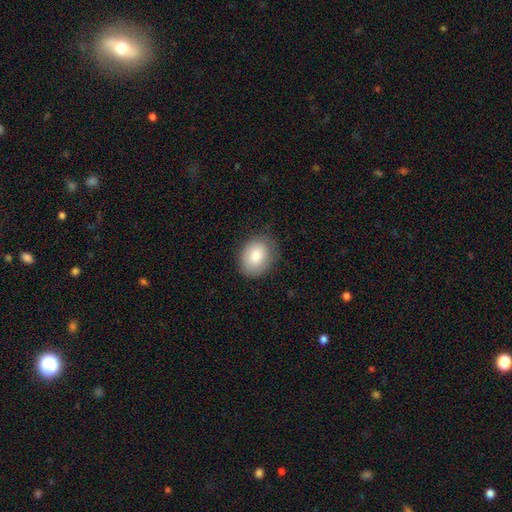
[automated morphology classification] smooth 82%, featured or disk 11%, star or artifact 8%. Down the decision tree: how rounded — in between (60%); merging — none (79%).